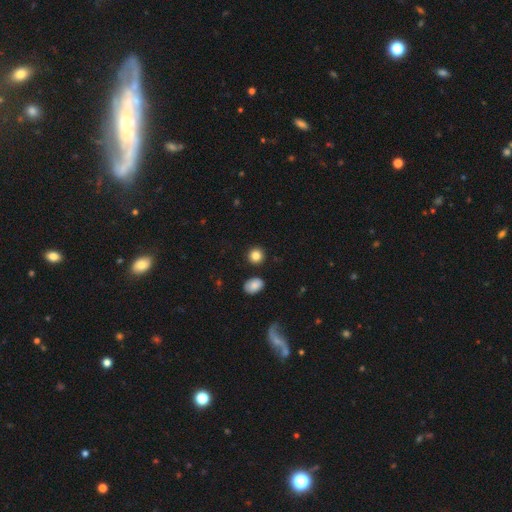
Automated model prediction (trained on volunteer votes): Smooth or featured?
  - smooth: 85% *
  - star or artifact: 10%
  - featured or disk: 5%
How rounded?
  - round: 88% *
  - in between: 11%
  - cigar-shaped: 1%
Merging?
  - none: 88% *
  - minor disturbance: 6%
  - merger: 3%
  - major disturbance: 2%